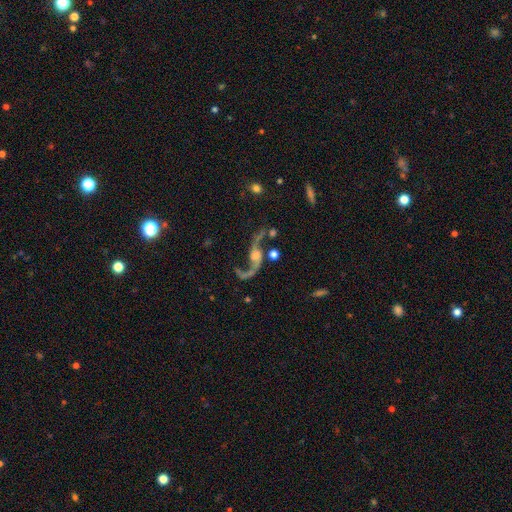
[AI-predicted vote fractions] Smooth or featured? Predicted: featured or disk (p=0.89). Edge-on disk? Predicted: no (p=0.94). Bar? Predicted: no (p=0.60). Spiral arms? Predicted: yes (p=0.96). Spiral winding? Predicted: loose (p=0.90). Spiral arm count? Predicted: 2 (p=0.93). Bulge size? Predicted: moderate (p=0.40). Merging? Predicted: none (p=0.64).